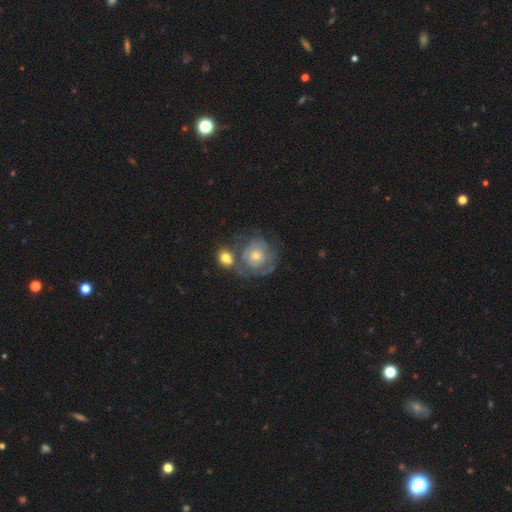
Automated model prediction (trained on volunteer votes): smooth_or_featured: featured or disk (p=0.66) [alt: smooth p=0.25]
disk_edge_on: no (p=0.97) [alt: yes p=0.03]
bar: no (p=0.85) [alt: weak p=0.12]
has_spiral_arms: yes (p=0.71) [alt: no p=0.29]
bulge_size: moderate (p=0.49) [alt: small p=0.44]
merging: none (p=0.48) [alt: merger p=0.28]